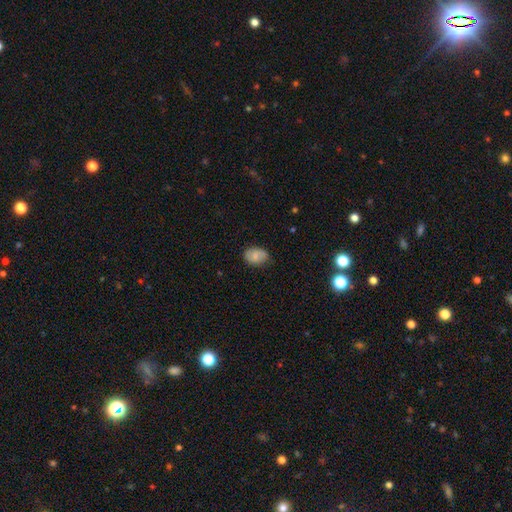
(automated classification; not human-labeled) smooth-or-featured: smooth: 72% | featured or disk: 20% | star or artifact: 8%
  how-rounded: in between: 76% | round: 23% | cigar-shaped: 1%
  merging: none: 74% | minor disturbance: 21% | major disturbance: 4% | merger: 1%